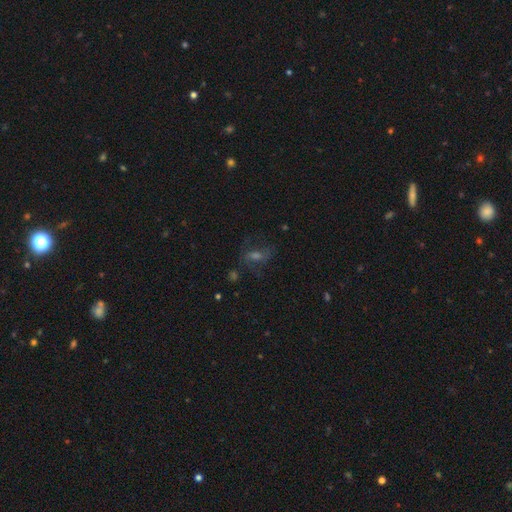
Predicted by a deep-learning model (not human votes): Smooth or featured? Predicted: featured or disk (p=0.39). Merging? Predicted: none (p=0.65).